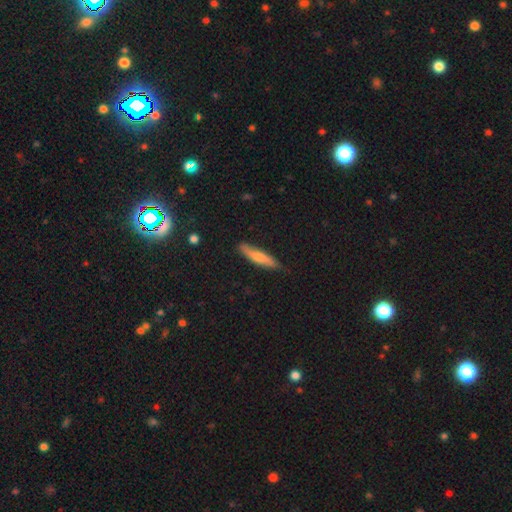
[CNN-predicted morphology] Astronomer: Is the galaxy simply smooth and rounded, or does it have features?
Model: smooth — 63%.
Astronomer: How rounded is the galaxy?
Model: cigar-shaped — 85%.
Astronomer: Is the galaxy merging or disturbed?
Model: none — 80%.